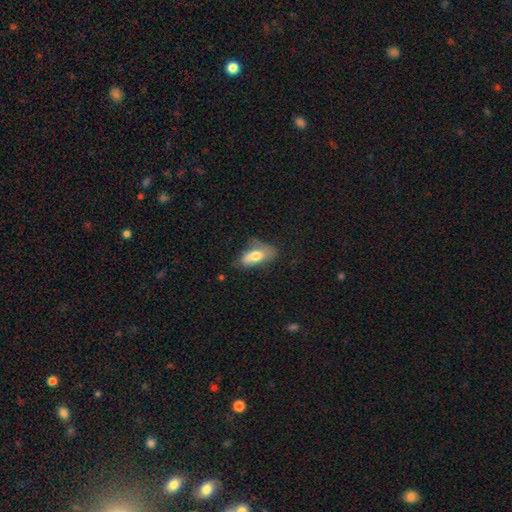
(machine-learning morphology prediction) Smooth or featured? Predicted: smooth (p=0.70). How rounded? Predicted: in between (p=0.84). Merging? Predicted: none (p=0.43).